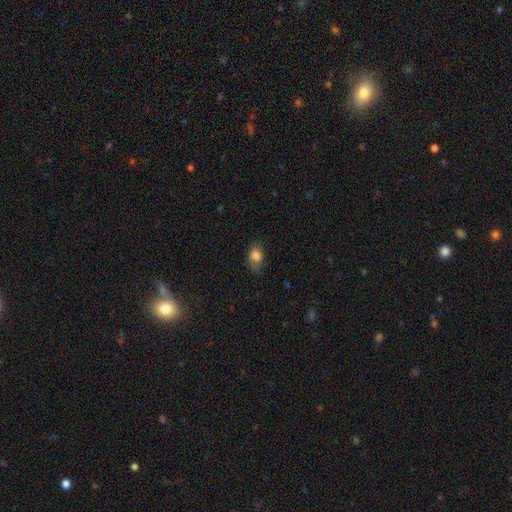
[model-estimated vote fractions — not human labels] Smooth or featured: smooth — 77% (featured or disk — 13%)
How rounded: in between — 77% (round — 21%)
Merging: none — 50% (minor disturbance — 31%)